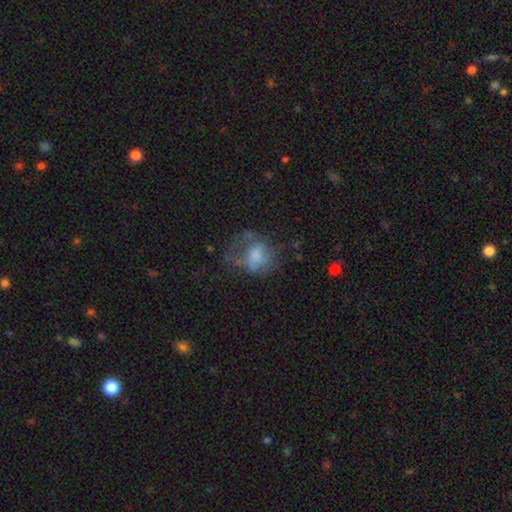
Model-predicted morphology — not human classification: smooth 53%, featured or disk 36%, star or artifact 11%. Down the decision tree: how rounded — round (51%); merging — major disturbance (37%).